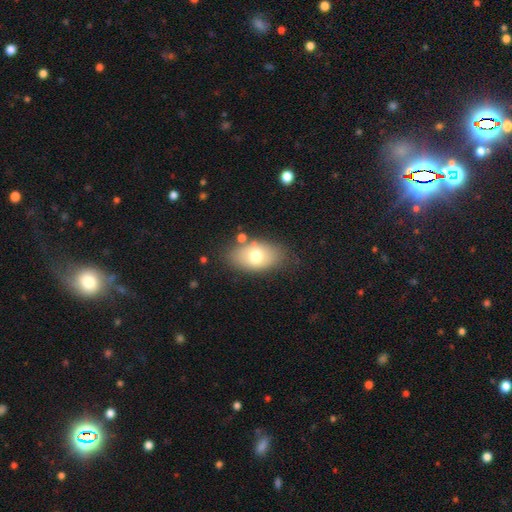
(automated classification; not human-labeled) Morphology: type=smooth (70%); roundness=in between (88%); merging=none (73%).